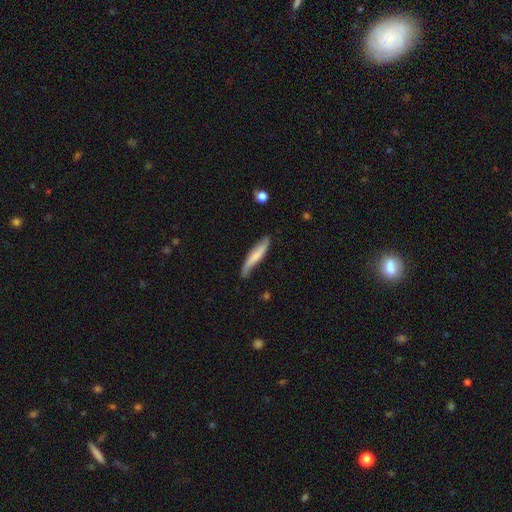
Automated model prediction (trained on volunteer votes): smooth 59%, featured or disk 36%, star or artifact 5%. Down the decision tree: how rounded — cigar-shaped (87%); merging — none (67%).